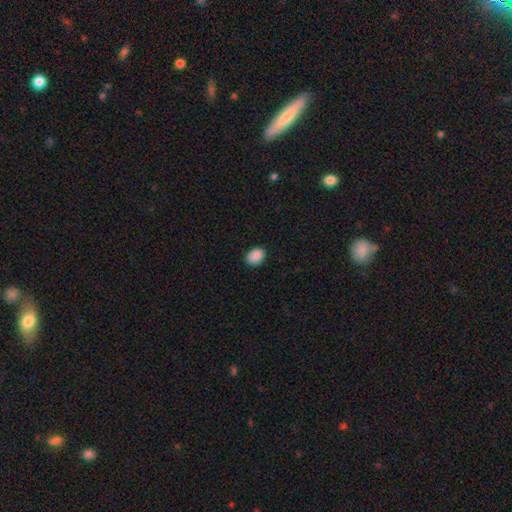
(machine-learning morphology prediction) smooth 89%, star or artifact 8%, featured or disk 3%. Down the decision tree: how rounded — in between (71%); merging — none (83%).